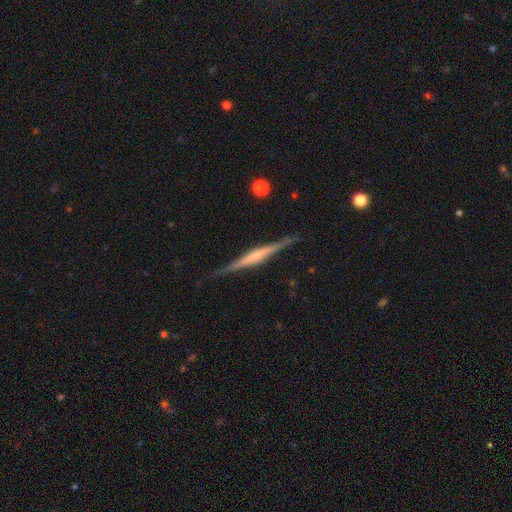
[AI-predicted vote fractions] This appears to be a featured or disk galaxy (75%) viewed edge-on (98%) with a rounded central bulge (45%). Merging: none (87%).